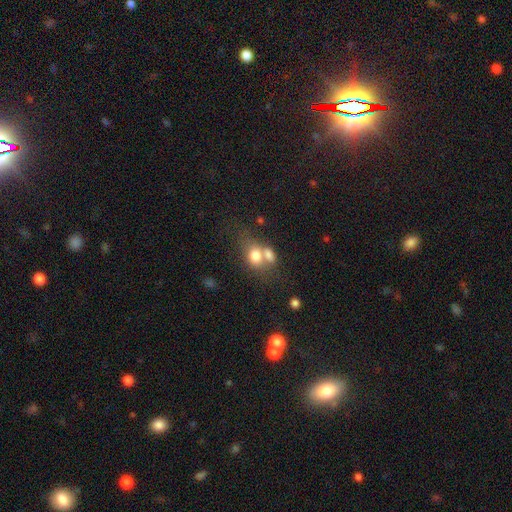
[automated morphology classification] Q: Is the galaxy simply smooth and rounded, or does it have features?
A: smooth — 74%.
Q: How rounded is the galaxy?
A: in between — 61%.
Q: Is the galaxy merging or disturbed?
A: merger — 58%.